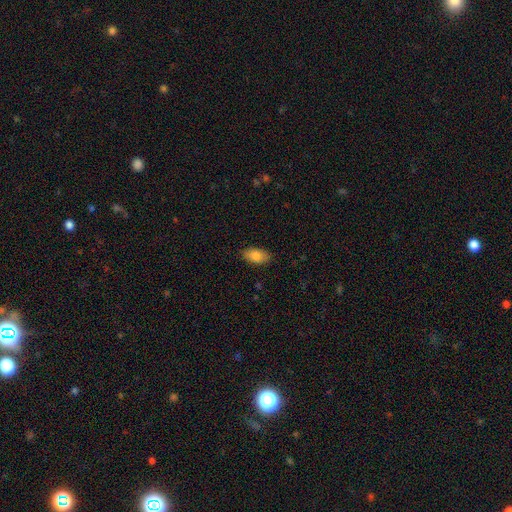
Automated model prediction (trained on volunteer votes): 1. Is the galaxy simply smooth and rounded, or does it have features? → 83% smooth, 10% featured or disk, 7% star or artifact.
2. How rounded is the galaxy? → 92% in between, 5% round, 3% cigar-shaped.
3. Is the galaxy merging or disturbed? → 86% none, 11% minor disturbance, 2% major disturbance, 1% merger.